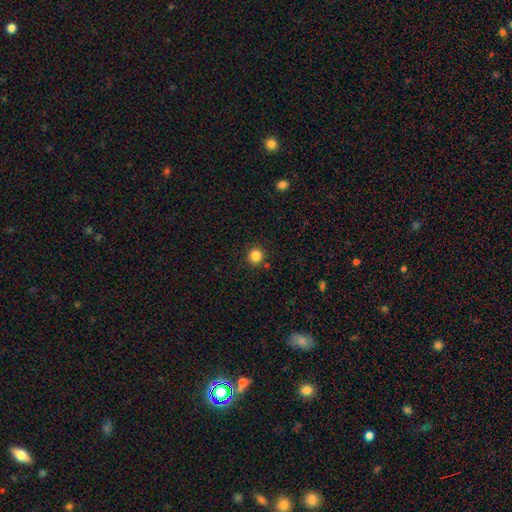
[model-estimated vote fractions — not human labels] A smooth galaxy with no disk features (85%) that is round (93%).

Vote fractions:
- Smooth or featured? smooth: 85% / star or artifact: 11% / featured or disk: 4%
- How rounded? round: 93% / in between: 6% / cigar-shaped: 1%
- Merging? none: 88% / minor disturbance: 7% / merger: 3% / major disturbance: 2%